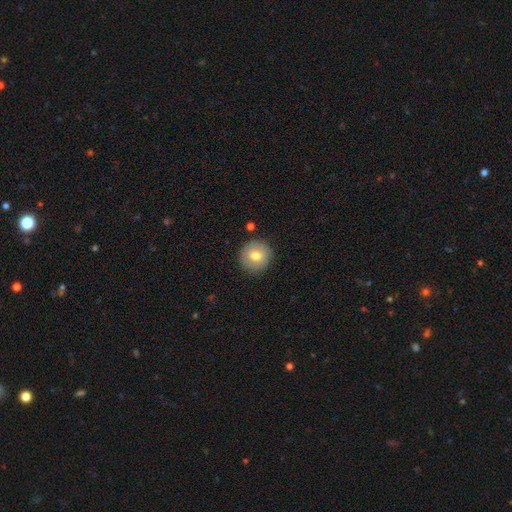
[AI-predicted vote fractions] Smooth or featured: smooth — 75% (featured or disk — 17%)
How rounded: round — 94% (in between — 5%)
Merging: none — 87% (minor disturbance — 9%)